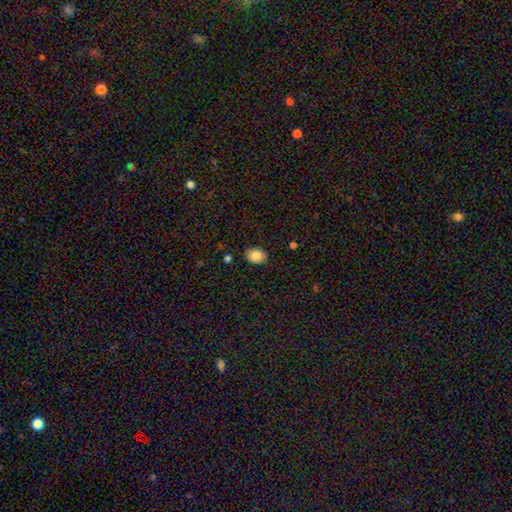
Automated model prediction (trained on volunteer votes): This appears to be a smooth galaxy with no disk features (85%) that is in between round and cigar-shaped (75%). Merging: none (86%).